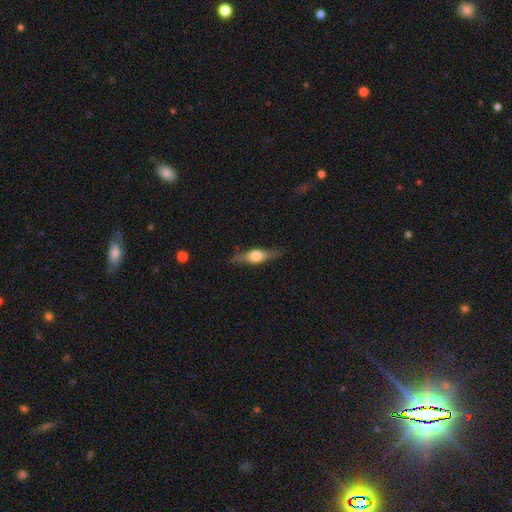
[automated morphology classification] smooth-or-featured: featured or disk: 58% | smooth: 36% | star or artifact: 6%
  disk-edge-on: yes: 93% | no: 7%
    edge-on-bulge: rounded: 92% | boxy: 6% | none: 2%
  merging: none: 84% | minor disturbance: 12% | major disturbance: 3% | merger: 1%